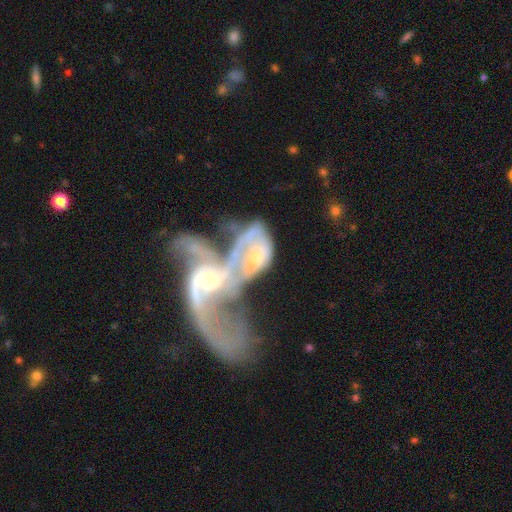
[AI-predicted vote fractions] smooth-or-featured: featured or disk: 75% | smooth: 16% | star or artifact: 9%
  disk-edge-on: no: 96% | yes: 4%
    bar: no: 65% | weak: 26% | strong: 9%
    has-spiral-arms: yes: 70% | no: 30%
      spiral-winding: loose: 41% | medium: 34% | tight: 25%
      spiral-arm-count: can't tell: 40% | 2: 33% | 1: 10% | 3: 9% | 4: 5% | more than 4: 4%
    bulge-size: moderate: 55% | small: 28% | none: 8% | large: 7% | dominant: 2%
  merging: merger: 80% | major disturbance: 12% | none: 4% | minor disturbance: 3%